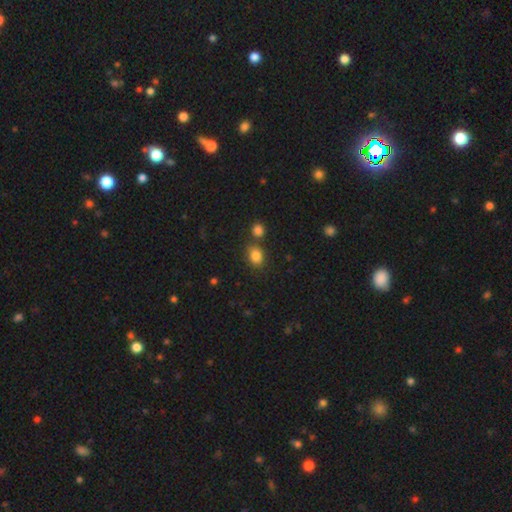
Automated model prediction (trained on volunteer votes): smooth_or_featured: smooth (p=0.83) [alt: star or artifact p=0.11]
how_rounded: in between (p=0.51) [alt: round p=0.48]
merging: none (p=0.66) [alt: merger p=0.18]